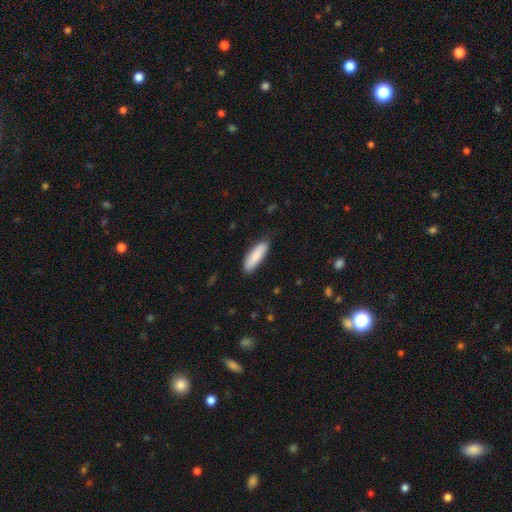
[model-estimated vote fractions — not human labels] A smooth galaxy with no disk features (85%) that is cigar-shaped (54%).

Vote fractions:
- Smooth or featured? smooth: 85% / featured or disk: 10% / star or artifact: 5%
- How rounded? cigar-shaped: 54% / in between: 45% / round: 1%
- Merging? none: 84% / minor disturbance: 13% / major disturbance: 2% / merger: 1%